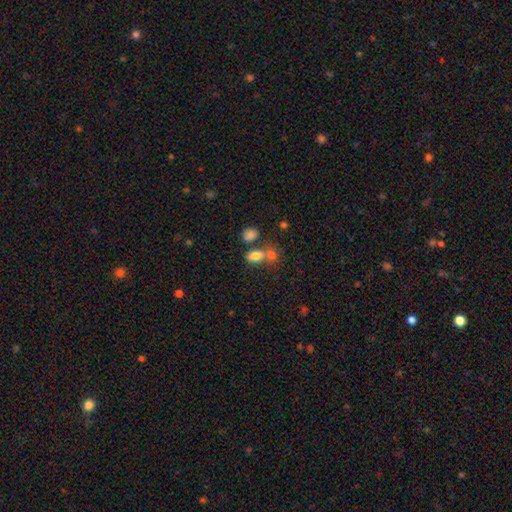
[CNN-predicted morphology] A smooth galaxy with no disk features (78%) that is in between round and cigar-shaped (81%). Merging: none (44%).